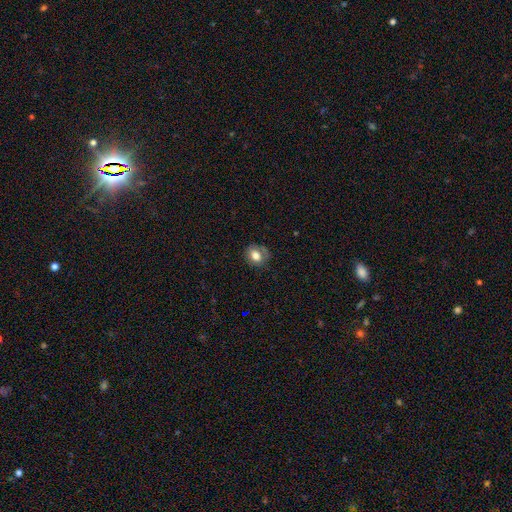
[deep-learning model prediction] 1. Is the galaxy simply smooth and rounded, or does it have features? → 72% smooth, 19% featured or disk, 10% star or artifact.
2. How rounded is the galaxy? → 59% round, 40% in between, 1% cigar-shaped.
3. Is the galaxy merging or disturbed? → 71% none, 20% minor disturbance, 7% major disturbance, 2% merger.